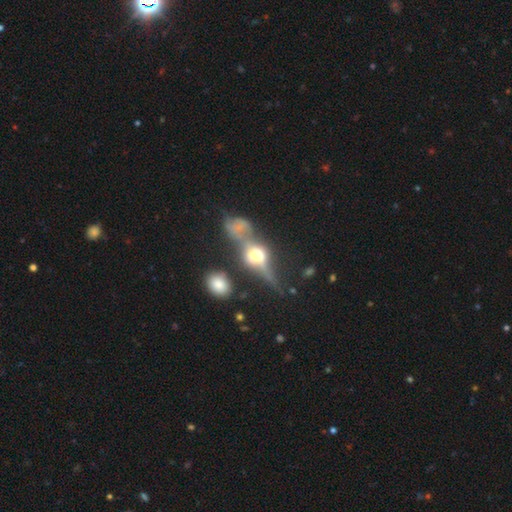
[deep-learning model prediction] Smooth or featured? featured or disk (70%)
Edge-on disk? yes (81%)
Edge-on bulge? rounded (95%)
Merging? none (52%)